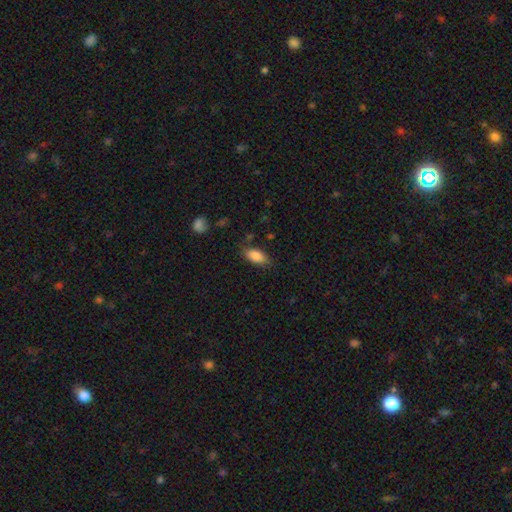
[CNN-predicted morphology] Q: Smooth or featured?
A: smooth (86%); runner-up: star or artifact (7%)
Q: How rounded?
A: in between (89%); runner-up: cigar-shaped (8%)
Q: Merging?
A: none (79%); runner-up: minor disturbance (16%)